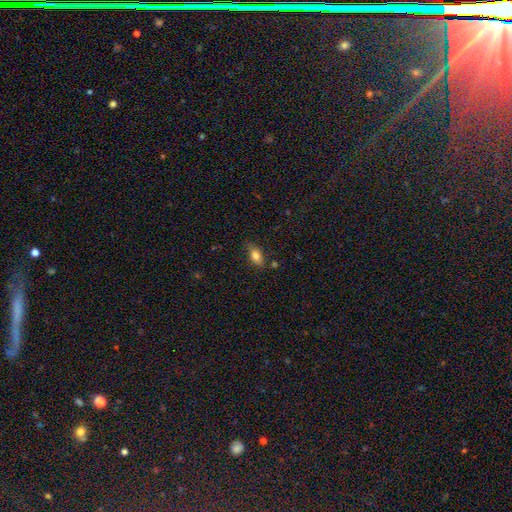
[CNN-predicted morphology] This is likely a smooth galaxy (78%). How rounded: clearly in between (84%). Merging: likely none (74%).